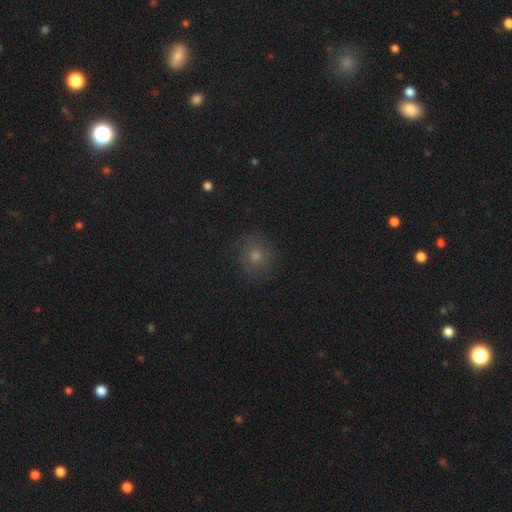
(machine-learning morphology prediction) smooth 67%, star or artifact 18%, featured or disk 14%. Down the decision tree: how rounded — round (84%); merging — none (81%).